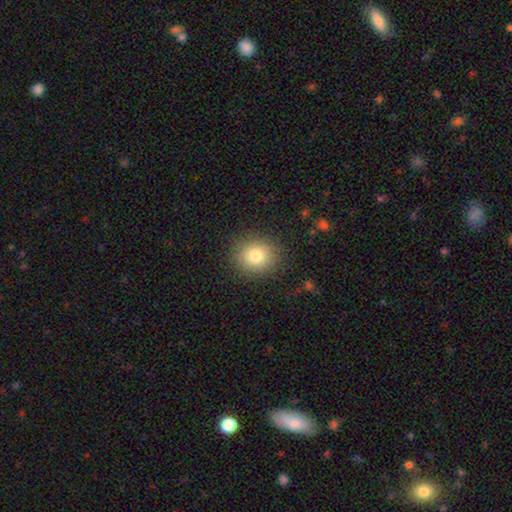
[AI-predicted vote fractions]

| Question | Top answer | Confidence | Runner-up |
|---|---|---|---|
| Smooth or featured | smooth | 80% | star or artifact (11%) |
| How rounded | round | 82% | in between (17%) |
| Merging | none | 88% | minor disturbance (8%) |